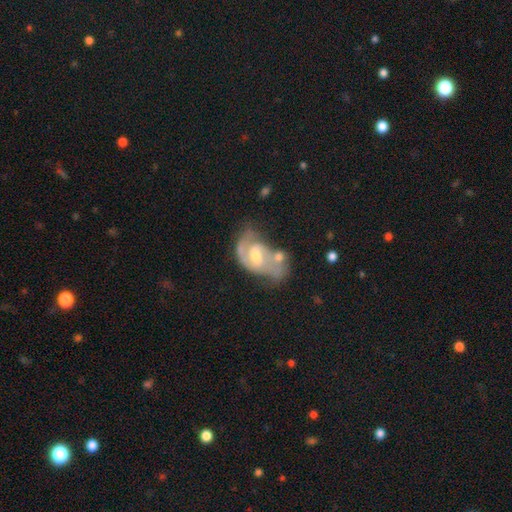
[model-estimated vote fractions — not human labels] Morphology: type=featured or disk (82%); edge-on=no (97%); bar=weak (49%); spiral arms=yes (92%); winding=medium (51%); arm count=2 (74%); bulge=moderate (60%); merging=none (37%).